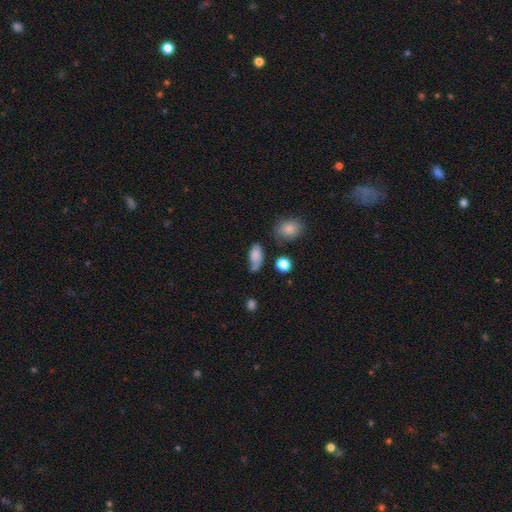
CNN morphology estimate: smooth_or_featured: smooth (p=0.77) [alt: featured or disk p=0.14]
how_rounded: in between (p=0.88) [alt: round p=0.06]
merging: none (p=0.45) [alt: minor disturbance p=0.34]